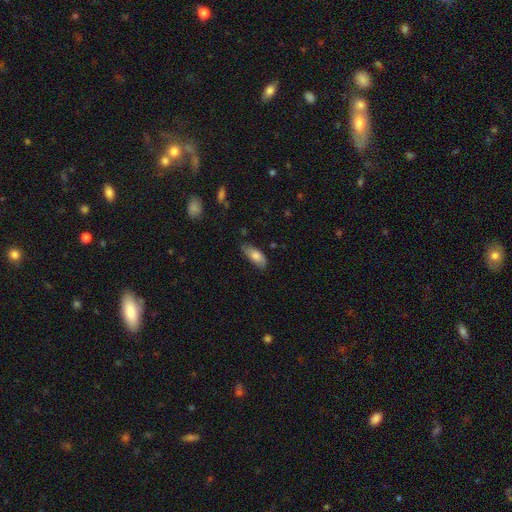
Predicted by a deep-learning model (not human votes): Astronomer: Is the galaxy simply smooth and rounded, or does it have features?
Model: smooth — 78%.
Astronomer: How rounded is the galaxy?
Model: in between — 81%.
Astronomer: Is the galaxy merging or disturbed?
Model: none — 67%.